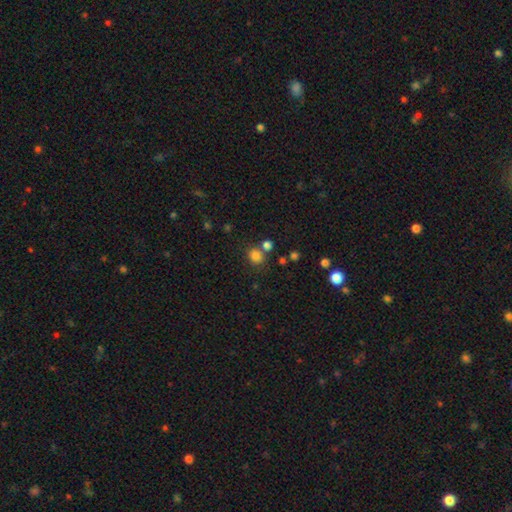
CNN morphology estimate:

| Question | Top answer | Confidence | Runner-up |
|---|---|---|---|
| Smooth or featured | smooth | 80% | star or artifact (14%) |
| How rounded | round | 73% | in between (26%) |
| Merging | none | 66% | merger (20%) |